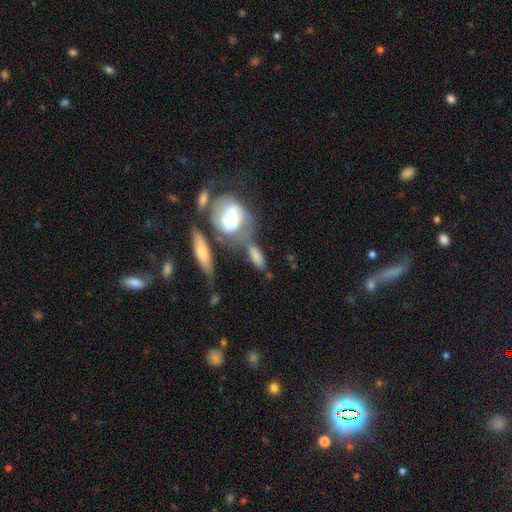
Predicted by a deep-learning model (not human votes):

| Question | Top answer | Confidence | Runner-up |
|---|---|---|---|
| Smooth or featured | smooth | 60% | featured or disk (32%) |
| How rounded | in between | 69% | cigar-shaped (24%) |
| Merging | none | 37% | merger (35%) |